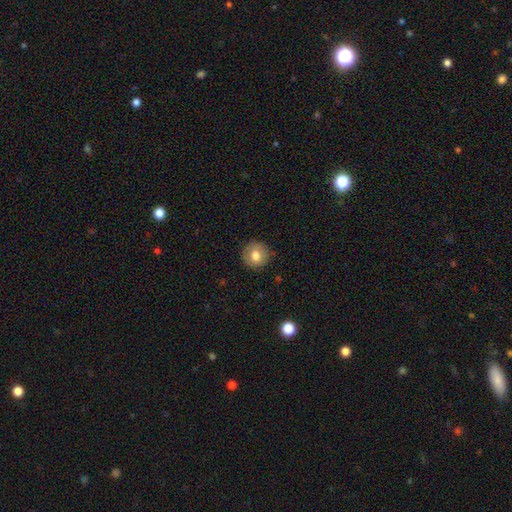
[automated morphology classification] The model was most divided on "smooth or featured": smooth: 76%, featured or disk: 16%, star or artifact: 8%. More confident: how rounded — round (93%); merging — none (89%).